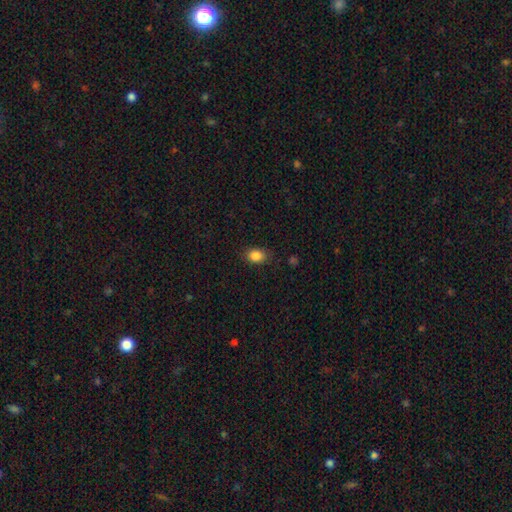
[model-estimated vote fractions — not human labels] This appears to be a smooth galaxy with no disk features (86%) that is in between round and cigar-shaped (72%). Merging: none (84%).